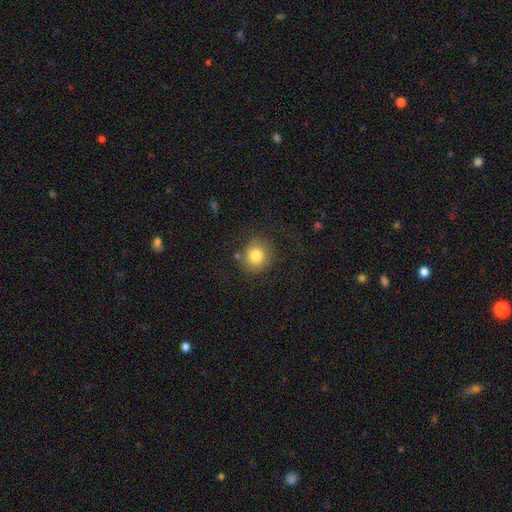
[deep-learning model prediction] Overall: smooth (82%). How rounded: round (88%). Merging: none (79%).